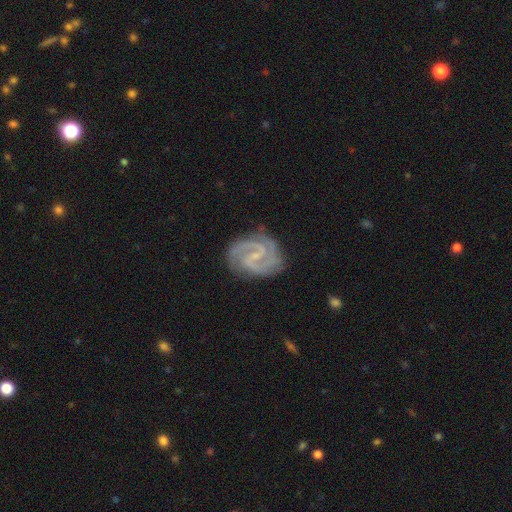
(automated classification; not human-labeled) This appears to be a featured or disk galaxy (92%) with a weak bar (53%), 2 (79%) medium (53%) spiral arms (98%) and a small central bulge (69%). Merging: none (80%).